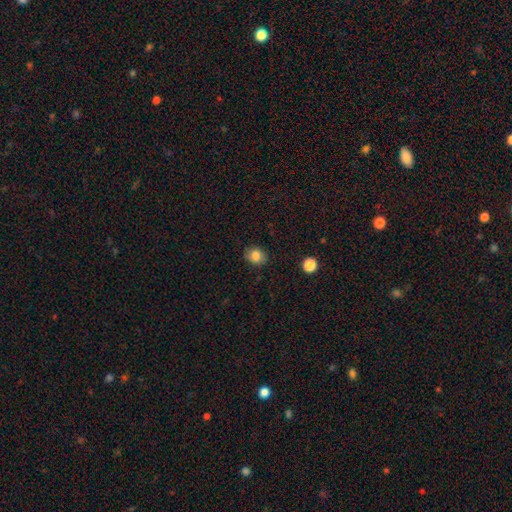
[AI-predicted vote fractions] This is clearly a smooth galaxy (83%). How rounded: possibly round (57%). Merging: clearly none (84%).